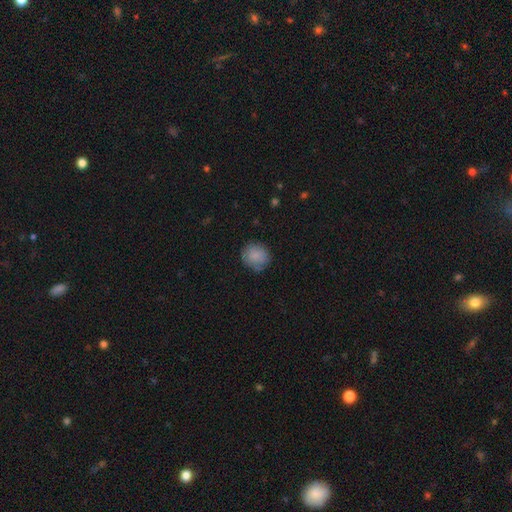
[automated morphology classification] smooth_or_featured: smooth (p=0.82) [alt: featured or disk p=0.11]
how_rounded: round (p=0.87) [alt: in between p=0.12]
merging: none (p=0.77) [alt: minor disturbance p=0.18]